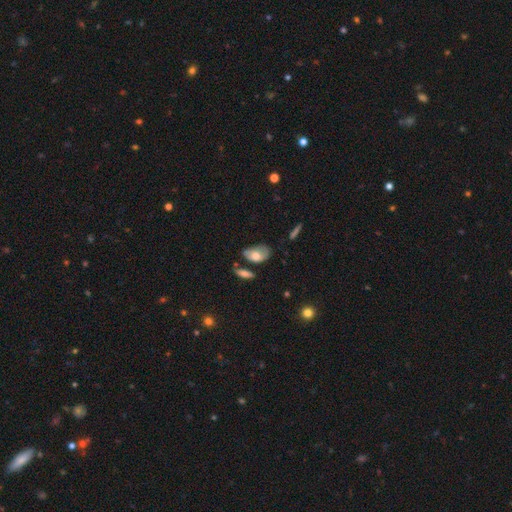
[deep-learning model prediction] smooth 69%, featured or disk 24%, star or artifact 7%. Down the decision tree: how rounded — in between (90%); merging — none (42%).